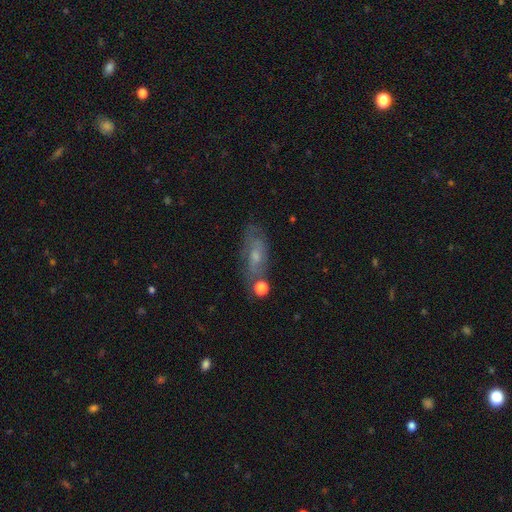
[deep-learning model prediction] This is possibly a featured or disk galaxy (49%). Merging: possibly none (60%).